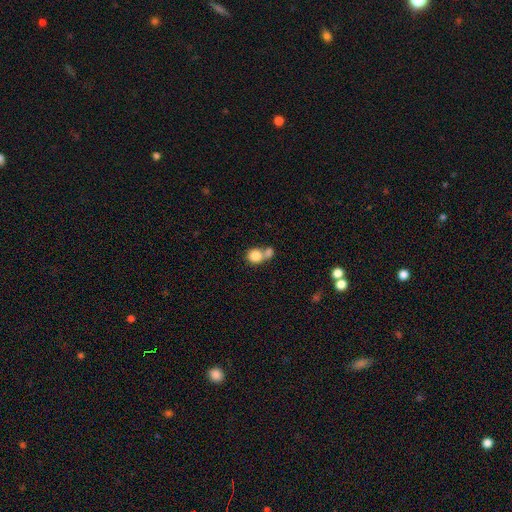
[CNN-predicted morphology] smooth_or_featured: smooth (p=0.82) [alt: featured or disk p=0.09]
how_rounded: round (p=0.77) [alt: in between p=0.22]
merging: merger (p=0.56) [alt: none p=0.33]